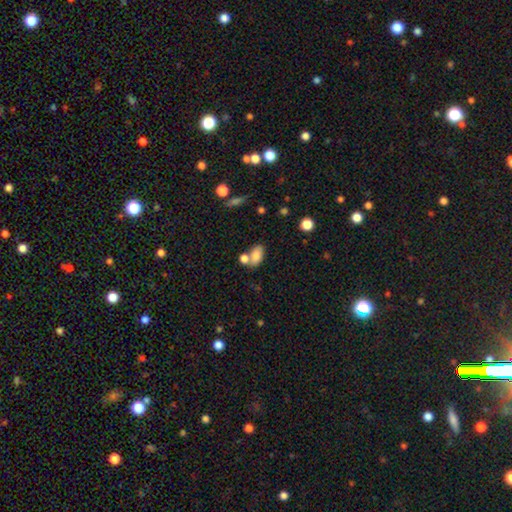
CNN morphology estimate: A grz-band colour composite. It shows a smooth galaxy with no disk features (80%) that is in between round and cigar-shaped (90%). Merging: none (49%).